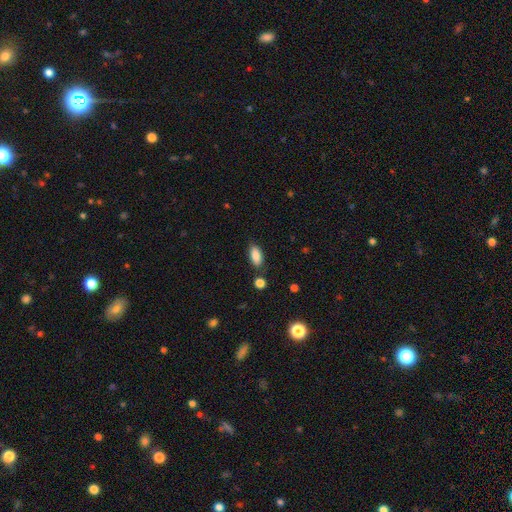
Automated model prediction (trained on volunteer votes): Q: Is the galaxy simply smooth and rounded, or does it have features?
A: smooth — 87%.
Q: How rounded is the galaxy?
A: in between — 87%.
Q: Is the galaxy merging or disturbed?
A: none — 81%.